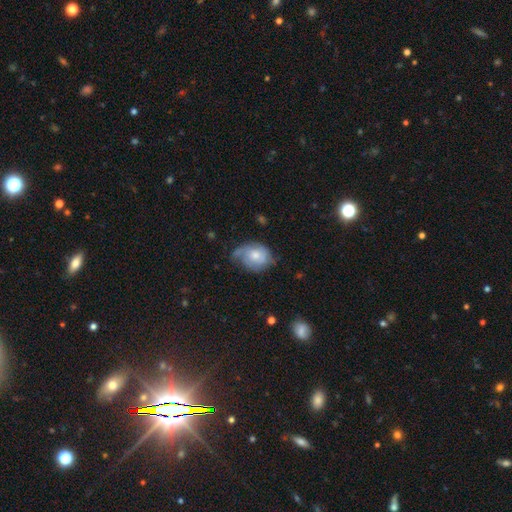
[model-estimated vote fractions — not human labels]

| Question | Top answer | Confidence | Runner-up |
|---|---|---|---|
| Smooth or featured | featured or disk | 48% | smooth (45%) |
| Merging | none | 44% | minor disturbance (35%) |